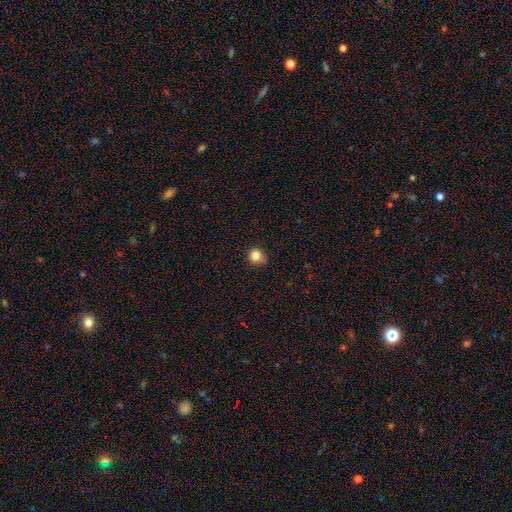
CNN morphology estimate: smooth-or-featured: smooth: 82% | star or artifact: 12% | featured or disk: 6%
  how-rounded: round: 89% | in between: 10% | cigar-shaped: 1%
  merging: none: 81% | minor disturbance: 15% | major disturbance: 3% | merger: 1%